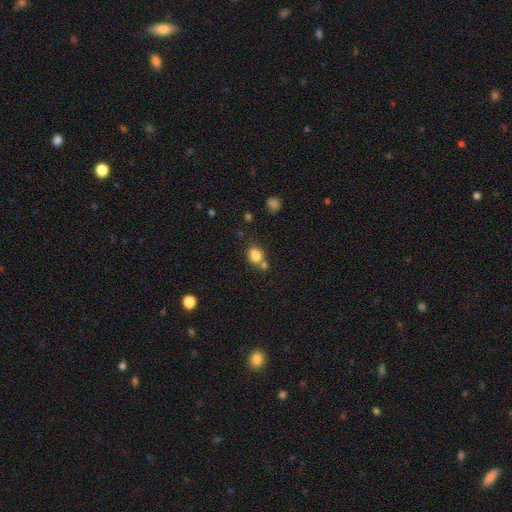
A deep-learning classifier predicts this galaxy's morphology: type=smooth (81%); roundness=in between (53%); merging=none (50%).